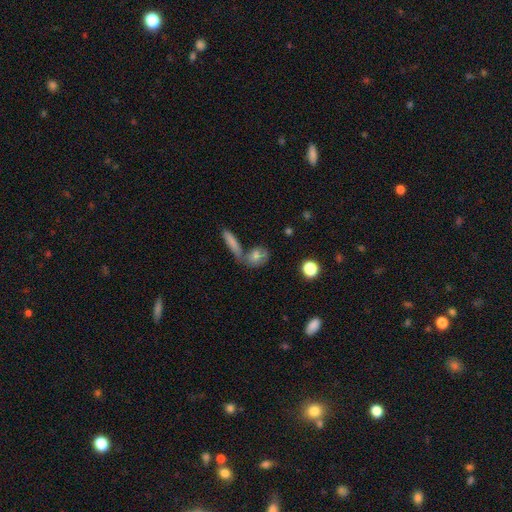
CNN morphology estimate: A smooth galaxy with no disk features (63%) that is in between round and cigar-shaped (46%).

Vote fractions:
- Smooth or featured? smooth: 63% / featured or disk: 24% / star or artifact: 12%
- How rounded? in between: 46% / round: 37% / cigar-shaped: 17%
- Merging? none: 52% / merger: 30% / minor disturbance: 12% / major disturbance: 6%